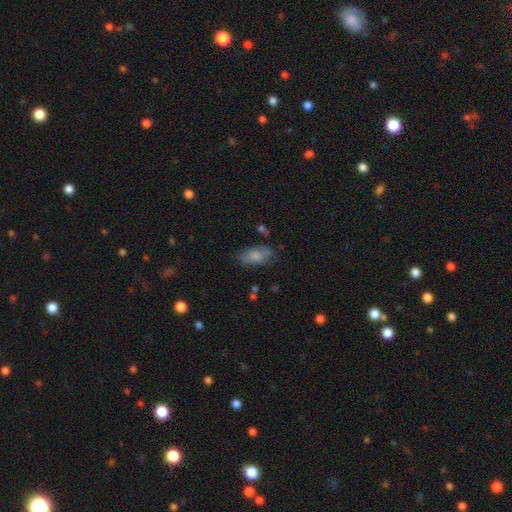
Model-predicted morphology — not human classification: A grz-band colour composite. It shows a smooth galaxy with no disk features (76%) that is in between round and cigar-shaped (89%). Merging: none (65%).